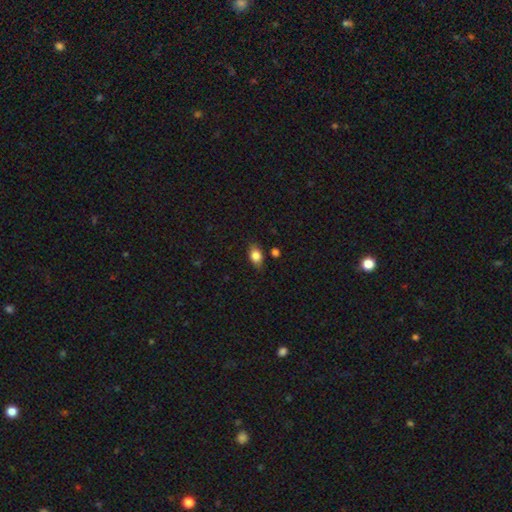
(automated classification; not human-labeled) The model was most divided on "how rounded": in between: 80%, round: 18%, cigar-shaped: 3%. More confident: smooth or featured — smooth (82%); merging — none (79%).